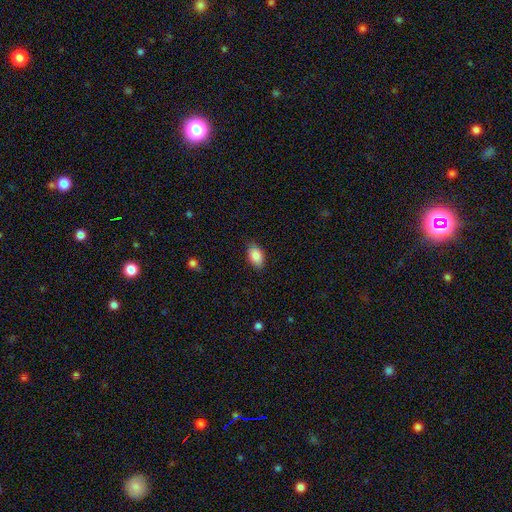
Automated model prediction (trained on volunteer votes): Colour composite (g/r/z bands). It shows a smooth galaxy with no disk features (87%) that is in between round and cigar-shaped (90%). Merging: none (79%).